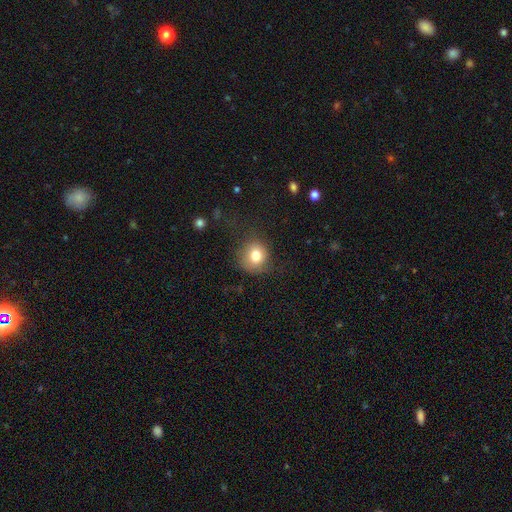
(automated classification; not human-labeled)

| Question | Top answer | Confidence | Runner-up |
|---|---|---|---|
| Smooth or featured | smooth | 79% | star or artifact (11%) |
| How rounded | round | 85% | in between (14%) |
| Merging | none | 73% | minor disturbance (16%) |